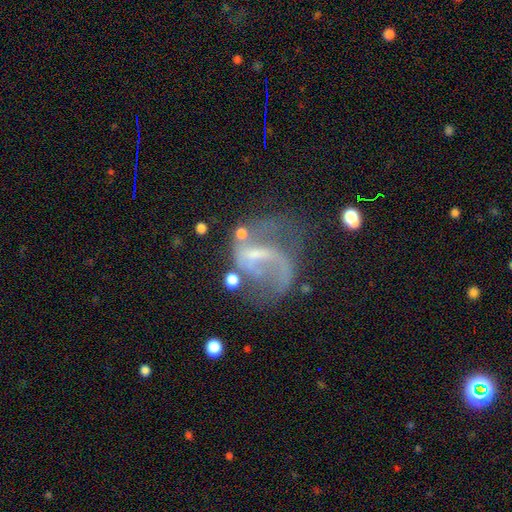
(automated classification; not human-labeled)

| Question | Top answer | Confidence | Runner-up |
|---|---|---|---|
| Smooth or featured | featured or disk | 72% | smooth (17%) |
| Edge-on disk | no | 97% | yes (3%) |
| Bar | weak | 46% | no (31%) |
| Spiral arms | yes | 69% | no (31%) |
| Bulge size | none | 42% | small (39%) |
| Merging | major disturbance | 42% | none (32%) |